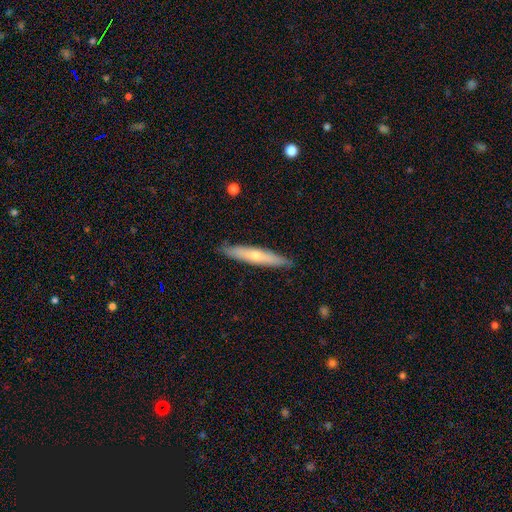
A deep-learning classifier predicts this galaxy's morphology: A smooth galaxy with no disk features (52%) that is cigar-shaped (91%). Merging: none (89%).